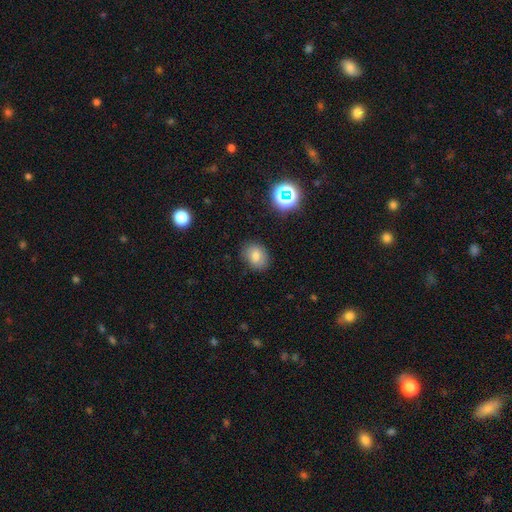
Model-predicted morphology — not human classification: Smooth or featured: smooth — 75% (star or artifact — 14%)
How rounded: in between — 59% (round — 40%)
Merging: none — 82% (minor disturbance — 13%)